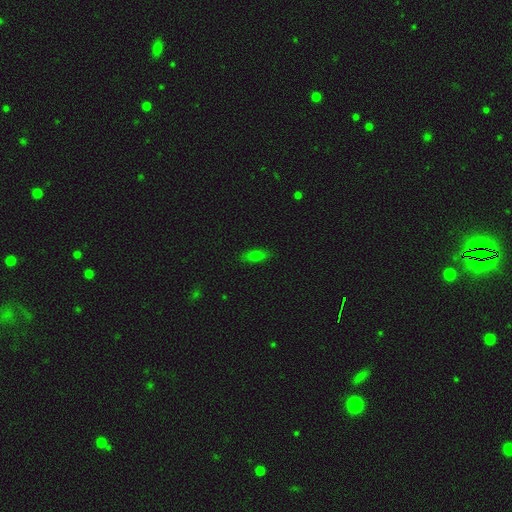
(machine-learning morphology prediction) type=smooth (68%); roundness=in between (70%); merging=none (86%).